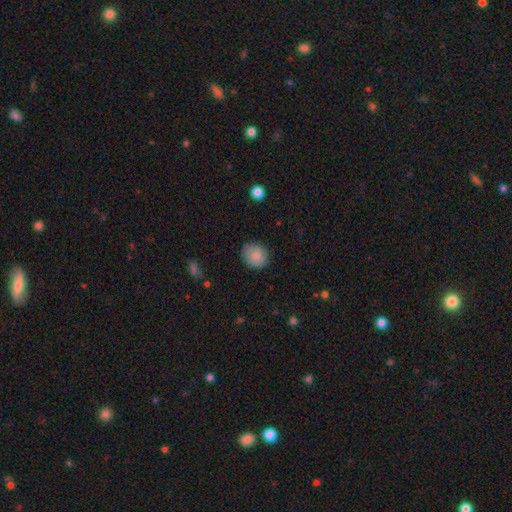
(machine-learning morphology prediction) Smooth or featured?
  - smooth: 86% *
  - star or artifact: 7%
  - featured or disk: 6%
How rounded?
  - round: 77% *
  - in between: 22%
  - cigar-shaped: 1%
Merging?
  - none: 84% *
  - minor disturbance: 12%
  - major disturbance: 3%
  - merger: 1%